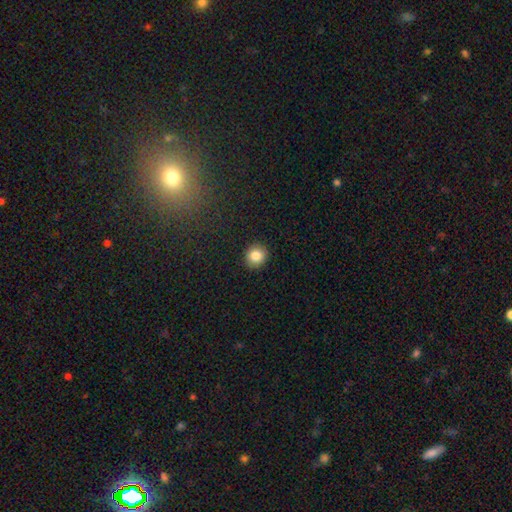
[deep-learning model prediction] Smooth or featured? smooth (84%)
How rounded? round (87%)
Merging? none (92%)